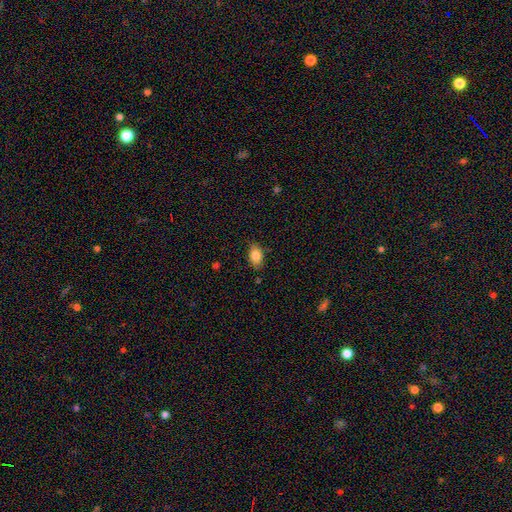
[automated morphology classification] A smooth galaxy with no disk features (83%) that is in between round and cigar-shaped (86%).

Vote fractions:
- Smooth or featured? smooth: 83% / featured or disk: 9% / star or artifact: 8%
- How rounded? in between: 86% / round: 12% / cigar-shaped: 2%
- Merging? none: 82% / minor disturbance: 14% / major disturbance: 3% / merger: 1%